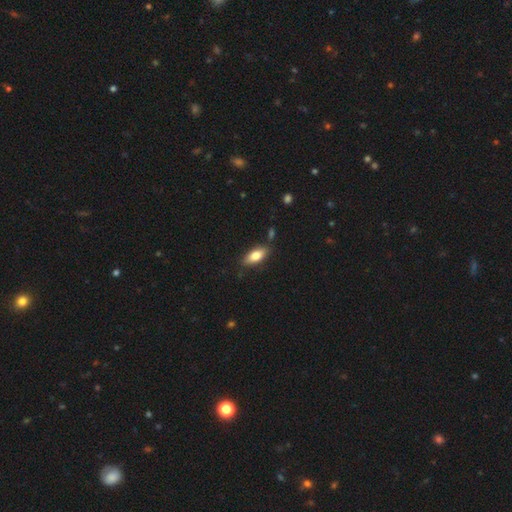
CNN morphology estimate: A smooth galaxy with no disk features (77%) that is in between round and cigar-shaped (82%).

Vote fractions:
- Smooth or featured? smooth: 77% / featured or disk: 16% / star or artifact: 7%
- How rounded? in between: 82% / cigar-shaped: 15% / round: 3%
- Merging? none: 80% / minor disturbance: 14% / merger: 3% / major disturbance: 3%